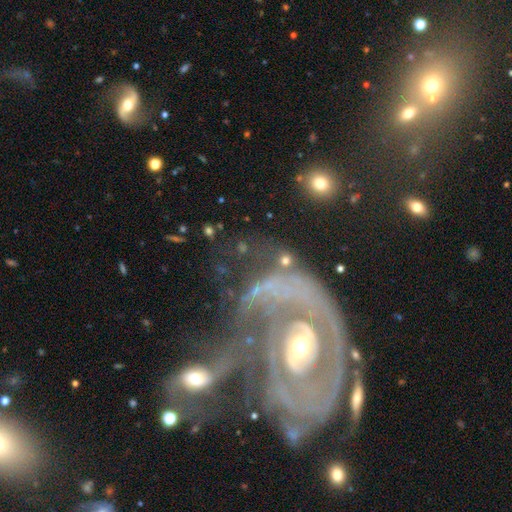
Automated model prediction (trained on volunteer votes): Morphology: type=featured or disk (80%); edge-on=no (96%); bar=no (65%); spiral arms=yes (80%); winding=tight (52%); arm count=2 (36%); bulge=moderate (52%); merging=merger (35%).